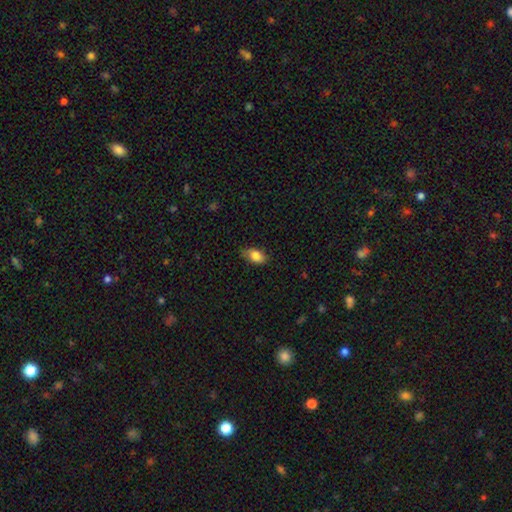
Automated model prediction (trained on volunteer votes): A smooth galaxy with no disk features (82%) that is in between round and cigar-shaped (89%).

Vote fractions:
- Smooth or featured? smooth: 82% / featured or disk: 11% / star or artifact: 7%
- How rounded? in between: 89% / round: 6% / cigar-shaped: 4%
- Merging? none: 75% / minor disturbance: 21% / major disturbance: 4% / merger: 1%